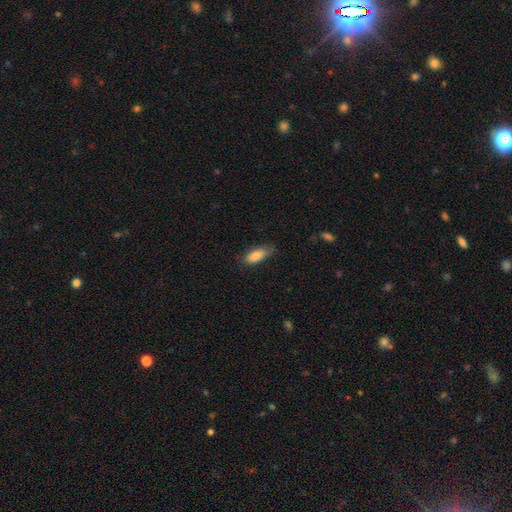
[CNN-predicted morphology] A smooth galaxy with no disk features (84%) that is in between round and cigar-shaped (81%).

Vote fractions:
- Smooth or featured? smooth: 84% / featured or disk: 9% / star or artifact: 7%
- How rounded? in between: 81% / cigar-shaped: 17% / round: 2%
- Merging? none: 67% / minor disturbance: 26% / major disturbance: 6% / merger: 1%